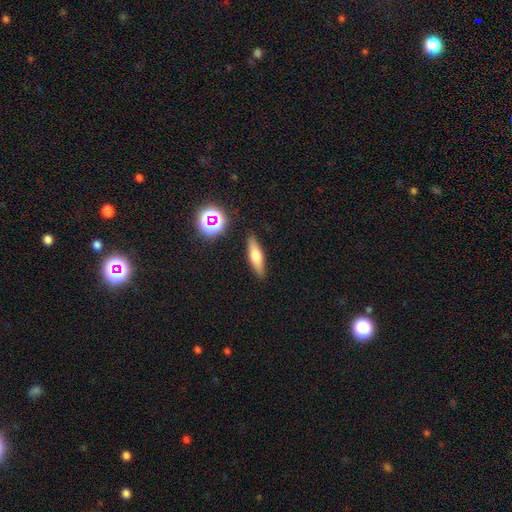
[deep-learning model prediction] Smooth or featured?
  - smooth: 58% *
  - featured or disk: 32%
  - star or artifact: 10%
How rounded?
  - cigar-shaped: 60% *
  - in between: 37%
  - round: 4%
Merging?
  - none: 88% *
  - minor disturbance: 8%
  - major disturbance: 2%
  - merger: 2%